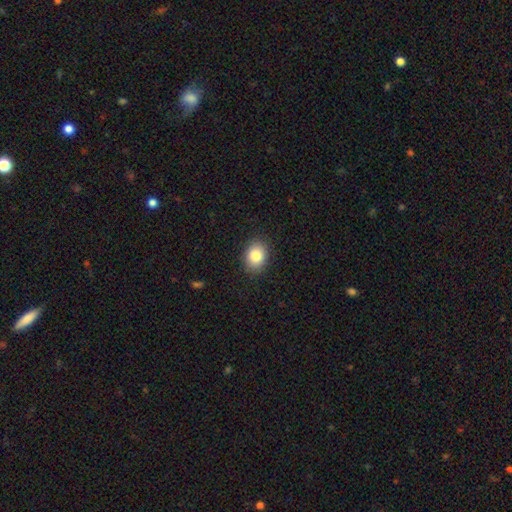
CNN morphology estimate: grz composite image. It shows a smooth galaxy with no disk features (84%) that is in between round and cigar-shaped (63%). Merging: none (88%).